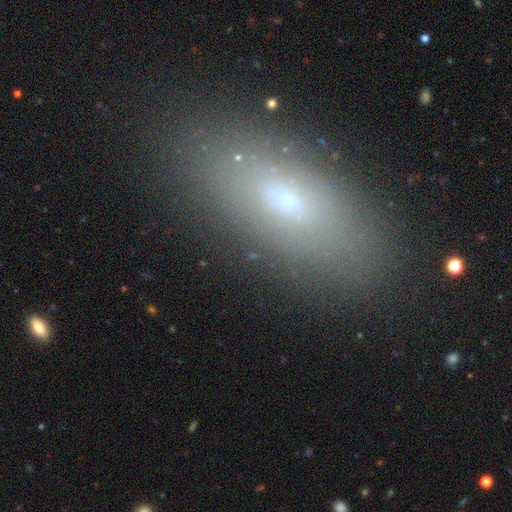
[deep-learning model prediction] smooth-or-featured: smooth: 57% | featured or disk: 28% | star or artifact: 15%
  how-rounded: in between: 77% | cigar-shaped: 17% | round: 6%
  merging: none: 84% | minor disturbance: 11% | major disturbance: 4% | merger: 2%